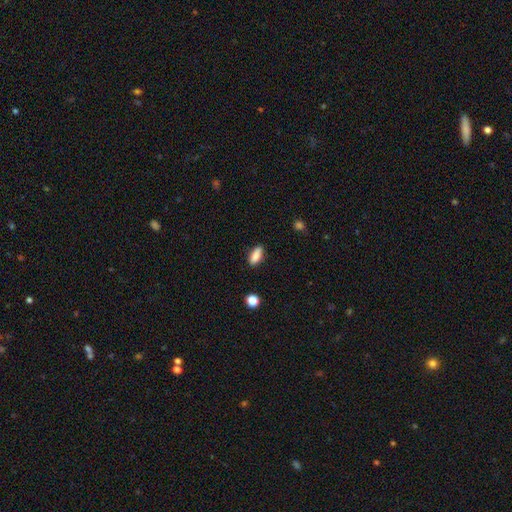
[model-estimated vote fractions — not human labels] Smooth or featured: smooth — 86% (star or artifact — 8%)
How rounded: in between — 78% (cigar-shaped — 19%)
Merging: none — 81% (minor disturbance — 14%)